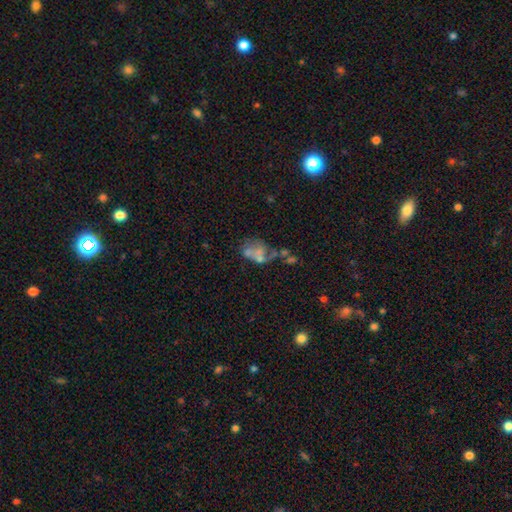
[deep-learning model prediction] Smooth or featured: featured or disk — 48% (smooth — 35%)
Merging: merger — 35% (none — 25%)